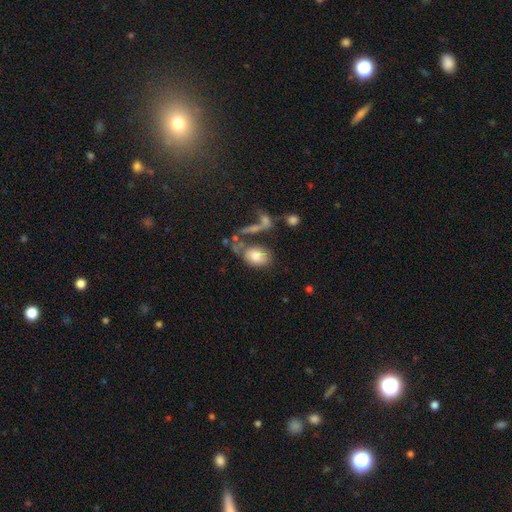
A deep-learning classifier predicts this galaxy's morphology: This appears to be a smooth galaxy with no disk features (74%) that is in between round and cigar-shaped (81%). Merging: none (42%).